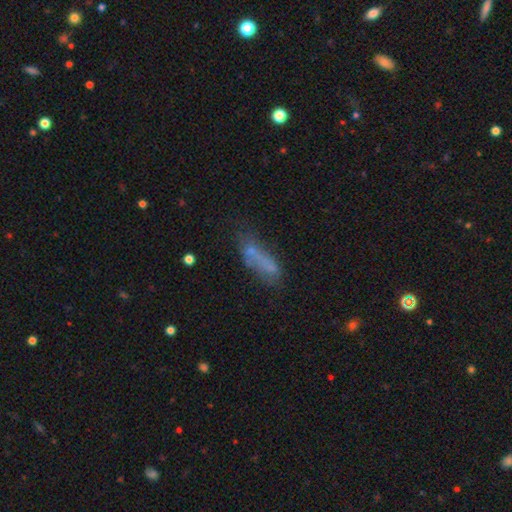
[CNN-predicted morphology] Smooth or featured? Predicted: smooth (p=0.55). How rounded? Predicted: cigar-shaped (p=0.53). Merging? Predicted: none (p=0.42).